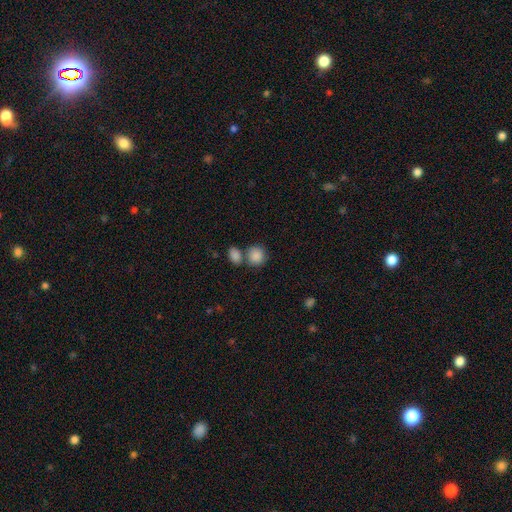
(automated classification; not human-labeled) This appears to be a smooth galaxy with no disk features (87%) that is round (80%). Merging: none (51%).